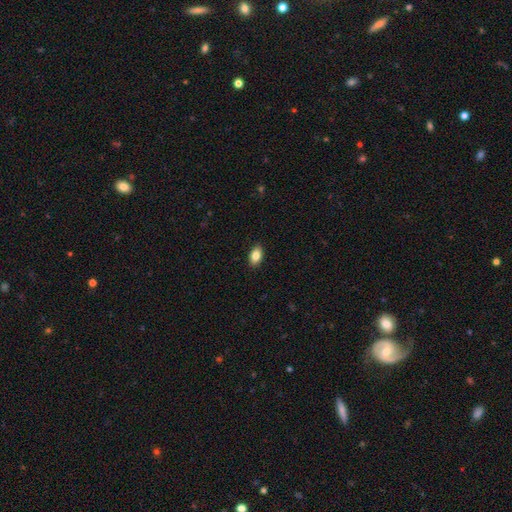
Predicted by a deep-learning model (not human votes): A smooth galaxy with no disk features (84%) that is in between round and cigar-shaped (90%). Merging: none (90%).